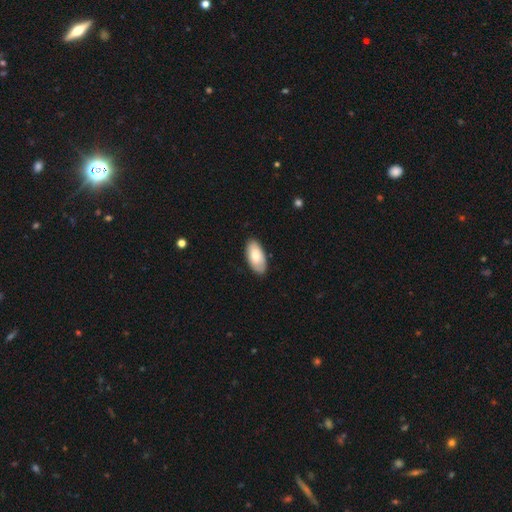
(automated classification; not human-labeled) A smooth galaxy with no disk features (75%) that is in between round and cigar-shaped (94%).

Vote fractions:
- Smooth or featured? smooth: 75% / featured or disk: 20% / star or artifact: 5%
- How rounded? in between: 94% / cigar-shaped: 4% / round: 2%
- Merging? none: 85% / minor disturbance: 12% / major disturbance: 2% / merger: 1%